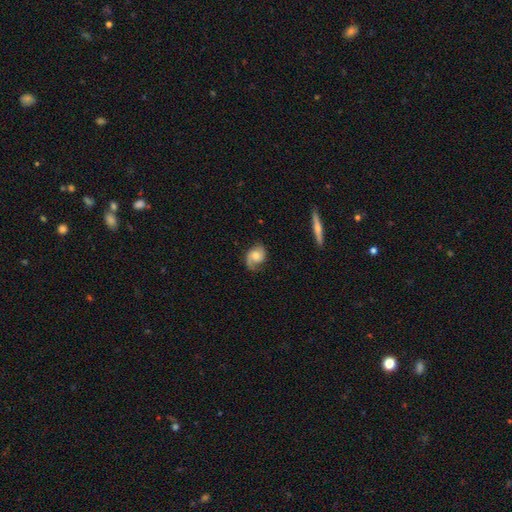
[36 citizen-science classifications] Smooth or featured? 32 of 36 (89%) said featured or disk. Edge-on disk? 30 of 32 (94%) said no. Bar? 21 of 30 (70%) said no. Spiral arms? 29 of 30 (97%) said yes. Spiral winding? 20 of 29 (69%) said medium. Spiral arm count? 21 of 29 (72%) said 2. Bulge size? 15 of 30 (50%) said moderate. Merging? 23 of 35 (66%) said none.